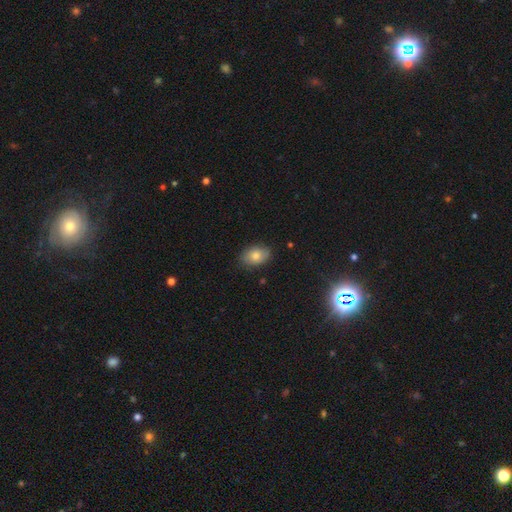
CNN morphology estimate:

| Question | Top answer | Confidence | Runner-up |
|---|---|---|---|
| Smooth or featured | smooth | 74% | featured or disk (17%) |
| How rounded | in between | 80% | round (19%) |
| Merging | none | 78% | minor disturbance (18%) |